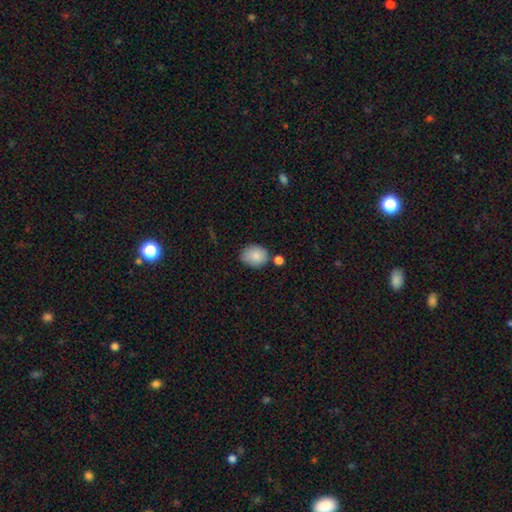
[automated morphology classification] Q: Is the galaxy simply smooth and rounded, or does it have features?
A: smooth — 86%.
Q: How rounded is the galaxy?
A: in between — 58%.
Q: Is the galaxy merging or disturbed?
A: none — 67%.